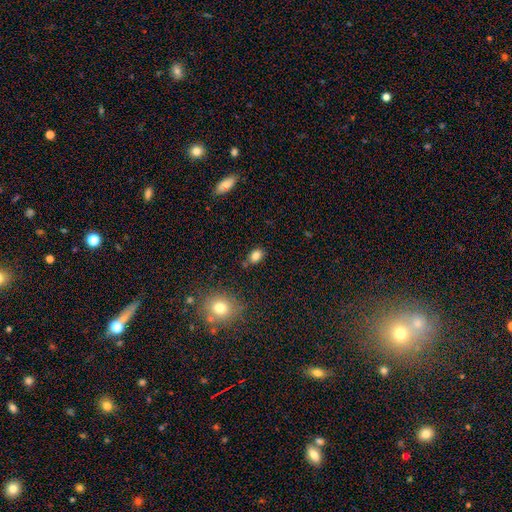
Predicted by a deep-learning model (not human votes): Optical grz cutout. It shows a smooth galaxy with no disk features (83%) that is in between round and cigar-shaped (75%). Merging: none (76%).